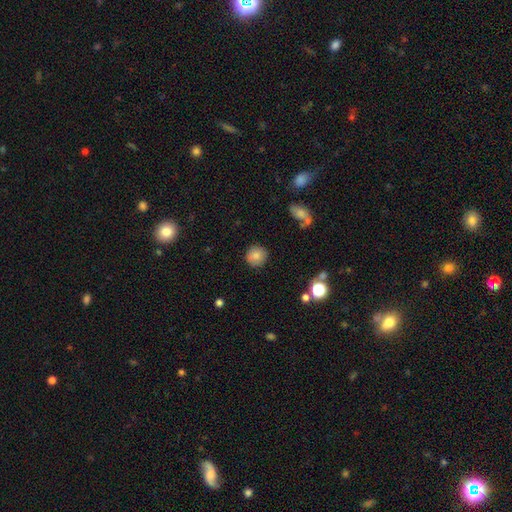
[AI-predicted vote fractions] Smooth or featured? smooth (84%)
How rounded? round (91%)
Merging? none (88%)